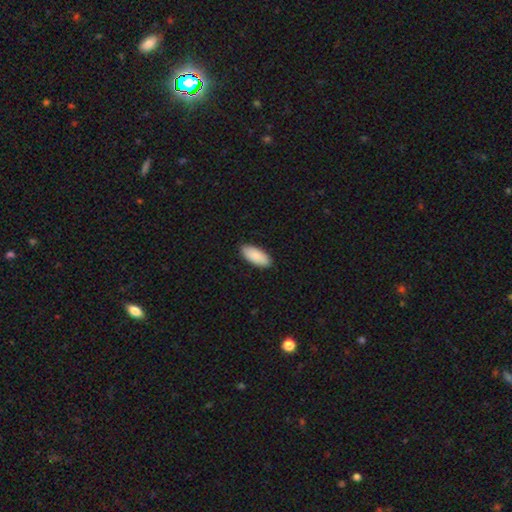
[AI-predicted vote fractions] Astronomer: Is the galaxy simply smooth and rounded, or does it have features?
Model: smooth — 90%.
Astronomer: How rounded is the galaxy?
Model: in between — 88%.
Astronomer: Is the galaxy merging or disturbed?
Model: none — 89%.